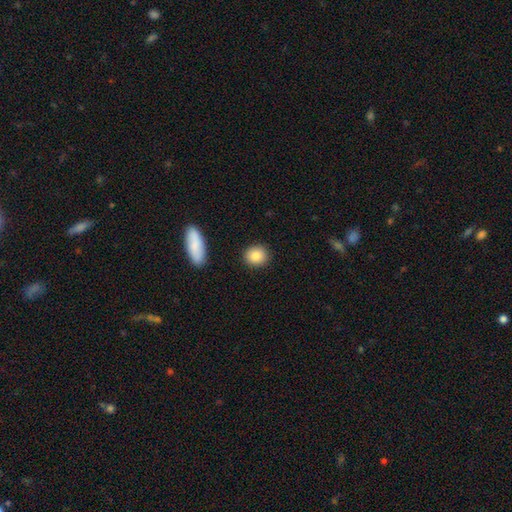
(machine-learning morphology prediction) This is clearly a smooth galaxy (86%). How rounded: likely round (77%). Merging: clearly none (89%).